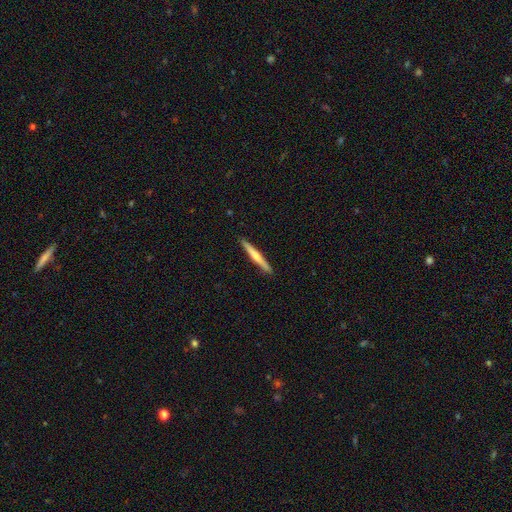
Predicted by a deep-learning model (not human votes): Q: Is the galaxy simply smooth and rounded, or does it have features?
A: smooth — 48%.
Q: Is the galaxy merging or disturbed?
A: none — 91%.